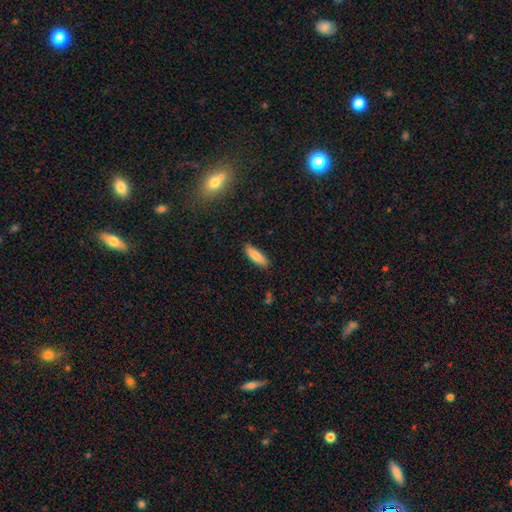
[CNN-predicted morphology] A smooth galaxy with no disk features (83%) that is cigar-shaped (54%). Merging: none (87%).